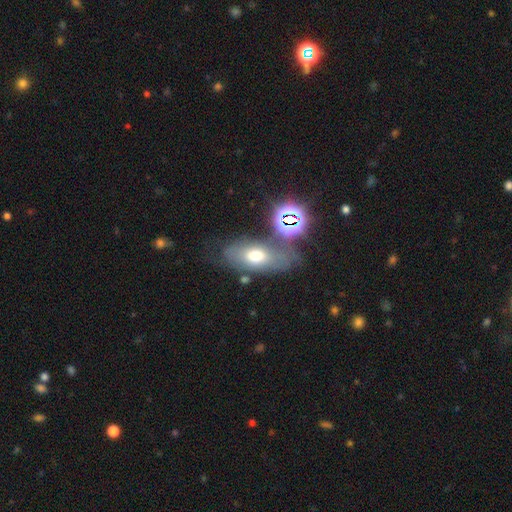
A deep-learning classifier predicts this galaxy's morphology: This appears to be a smooth galaxy with no disk features (56%) that is in between round and cigar-shaped (84%). Merging: none (54%).